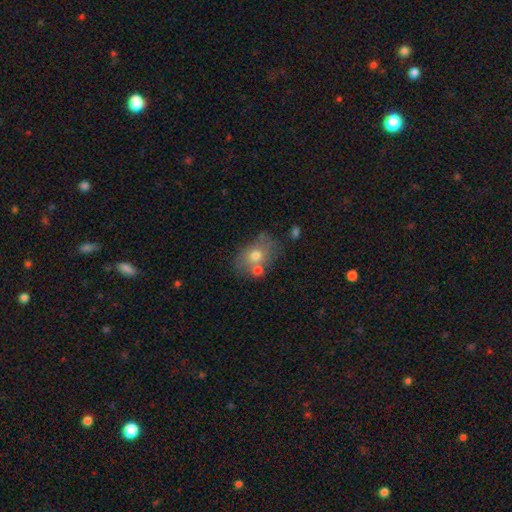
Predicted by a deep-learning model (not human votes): Smooth or featured? smooth (67%)
How rounded? in between (64%)
Merging? none (51%)